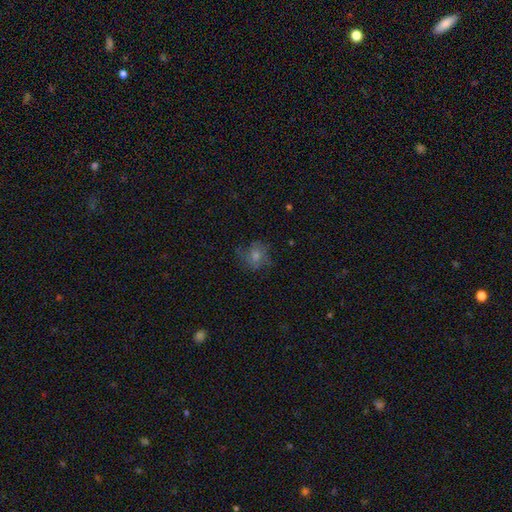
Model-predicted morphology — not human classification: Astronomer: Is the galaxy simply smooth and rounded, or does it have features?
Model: smooth — 40% (runner-up: featured or disk, 39%).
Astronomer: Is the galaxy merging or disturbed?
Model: none — 72%.